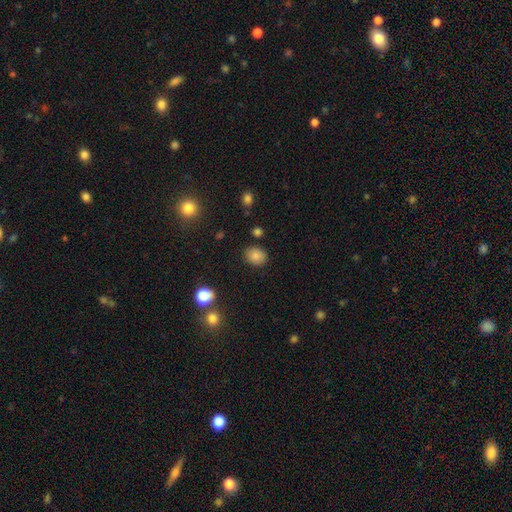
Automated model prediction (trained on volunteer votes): Smooth or featured?
  - smooth: 82% *
  - star or artifact: 11%
  - featured or disk: 7%
How rounded?
  - round: 53% *
  - in between: 47%
  - cigar-shaped: 1%
Merging?
  - none: 83% *
  - minor disturbance: 11%
  - major disturbance: 3%
  - merger: 3%